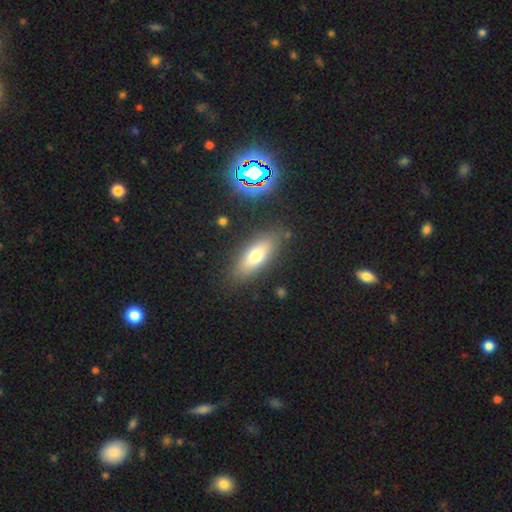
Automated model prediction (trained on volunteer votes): A smooth galaxy with no disk features (66%) that is in between round and cigar-shaped (68%). Merging: none (83%).